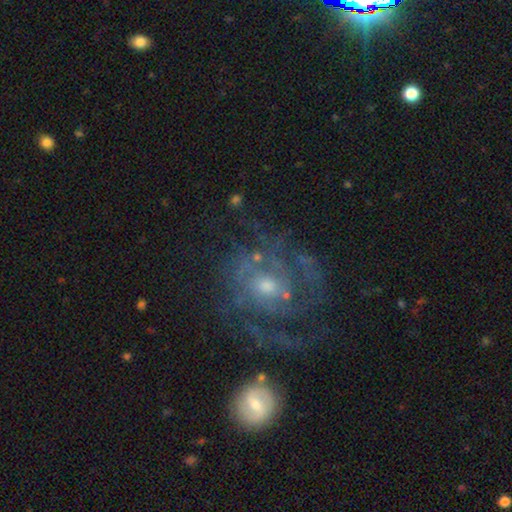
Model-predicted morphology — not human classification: This appears to be a featured or disk galaxy (77%) with no bar (74%), tight (50%) spiral arms (79%) and a moderate central bulge (49%). Merging: none (57%).